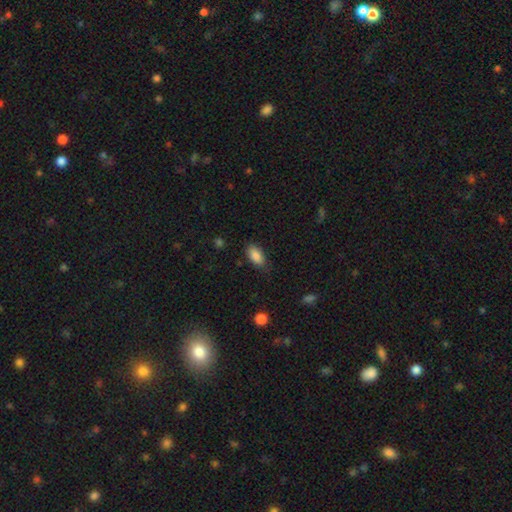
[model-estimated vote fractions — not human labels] smooth-or-featured: smooth: 87% | star or artifact: 7% | featured or disk: 6%
  how-rounded: in between: 91% | cigar-shaped: 6% | round: 3%
  merging: none: 77% | minor disturbance: 18% | major disturbance: 4% | merger: 1%